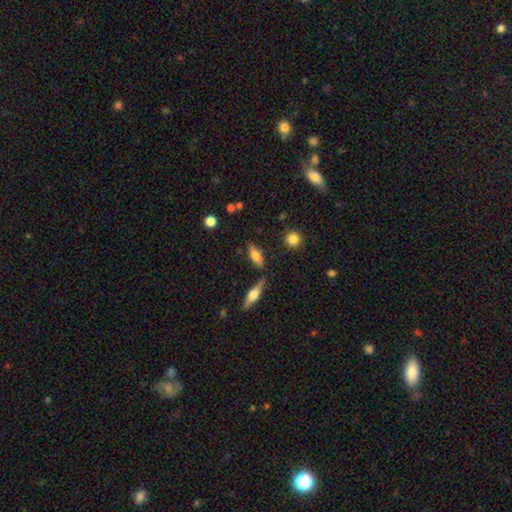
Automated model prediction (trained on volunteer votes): Smooth or featured: smooth — 59% (featured or disk — 34%)
How rounded: in between — 63% (cigar-shaped — 33%)
Merging: none — 75% (minor disturbance — 14%)